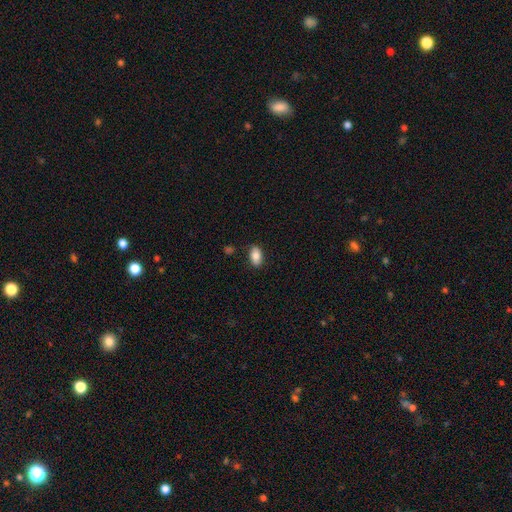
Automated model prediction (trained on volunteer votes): smooth_or_featured: smooth (p=0.85) [alt: featured or disk p=0.08]
how_rounded: in between (p=0.92) [alt: round p=0.05]
merging: none (p=0.84) [alt: minor disturbance p=0.12]